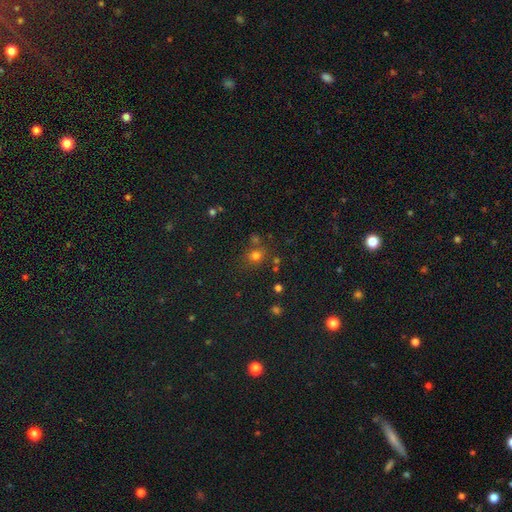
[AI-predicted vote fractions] A smooth galaxy with no disk features (71%) that is round (68%). Merging: none (69%).